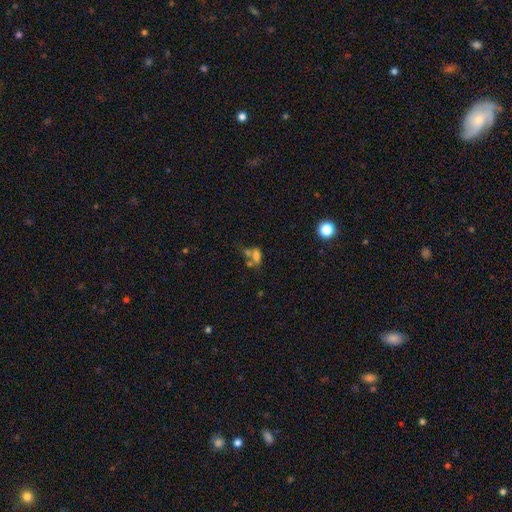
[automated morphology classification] Smooth or featured? Predicted: smooth (p=0.60). How rounded? Predicted: in between (p=0.75). Merging? Predicted: merger (p=0.49).